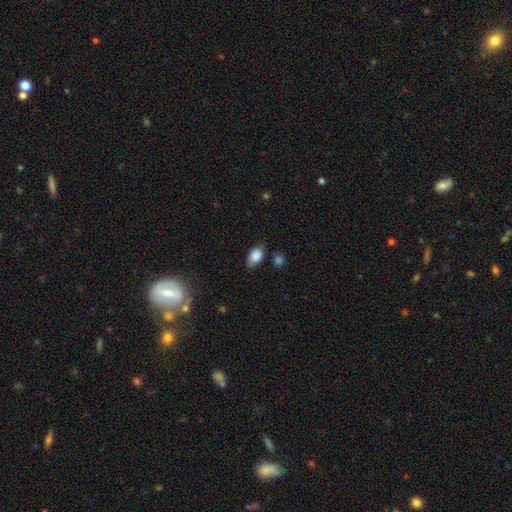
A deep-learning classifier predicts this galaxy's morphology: Smooth or featured: smooth — 85% (star or artifact — 8%)
How rounded: in between — 83% (round — 15%)
Merging: none — 67% (minor disturbance — 23%)